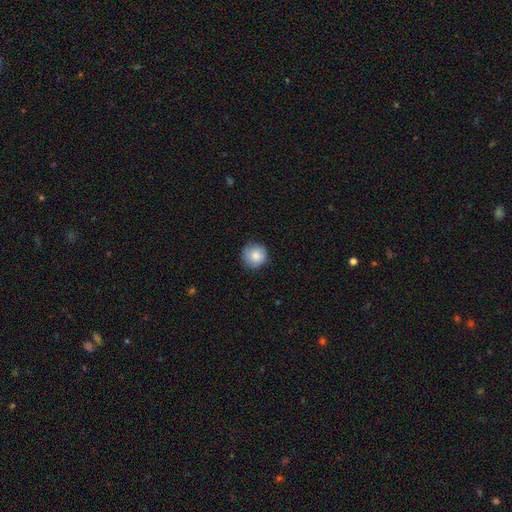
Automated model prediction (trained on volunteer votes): Smooth or featured? Predicted: smooth (p=0.84). How rounded? Predicted: round (p=0.94). Merging? Predicted: none (p=0.83).